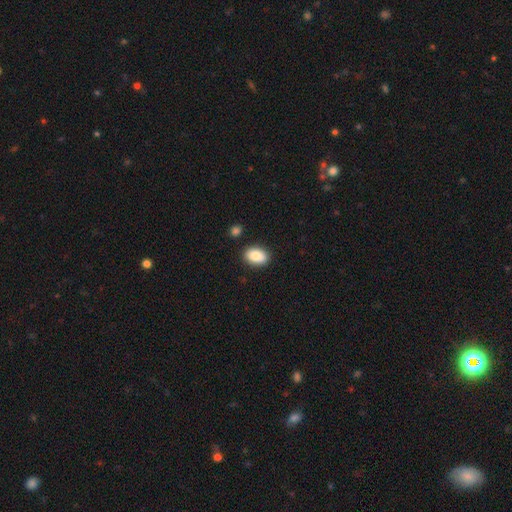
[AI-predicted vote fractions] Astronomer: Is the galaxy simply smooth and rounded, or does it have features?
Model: smooth — 87%.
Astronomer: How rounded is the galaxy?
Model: in between — 87%.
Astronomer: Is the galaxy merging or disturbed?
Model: none — 86%.